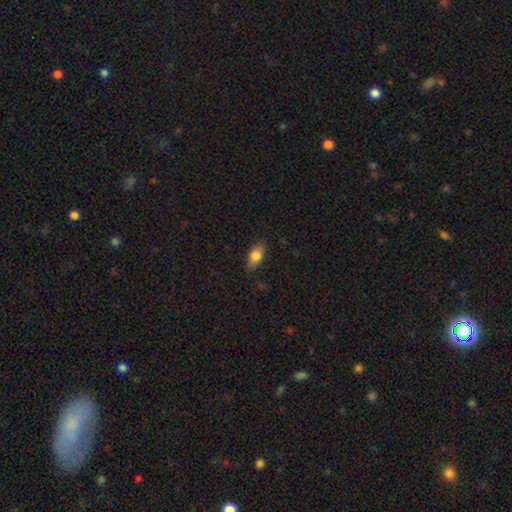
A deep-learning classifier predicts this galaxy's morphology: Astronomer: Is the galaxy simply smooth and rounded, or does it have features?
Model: smooth — 78%.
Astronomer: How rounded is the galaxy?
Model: in between — 84%.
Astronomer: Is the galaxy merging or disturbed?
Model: none — 81%.